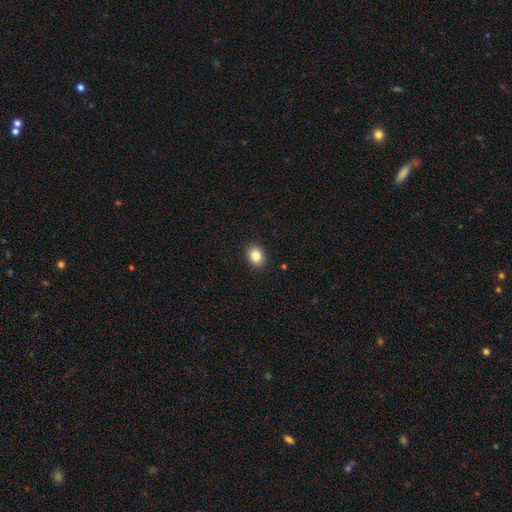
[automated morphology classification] Smooth or featured?
  - smooth: 85% *
  - star or artifact: 9%
  - featured or disk: 5%
How rounded?
  - in between: 56% *
  - round: 43%
  - cigar-shaped: 1%
Merging?
  - none: 91% *
  - minor disturbance: 7%
  - major disturbance: 2%
  - merger: 1%